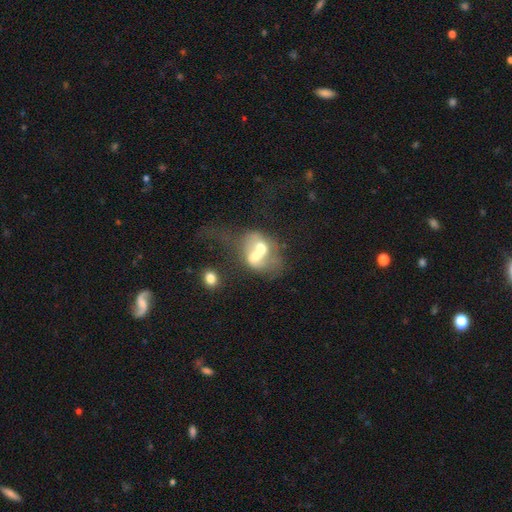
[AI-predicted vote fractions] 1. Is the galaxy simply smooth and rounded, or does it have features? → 47% featured or disk, 43% smooth, 10% star or artifact.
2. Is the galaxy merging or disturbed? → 72% merger, 13% major disturbance, 9% none, 6% minor disturbance.